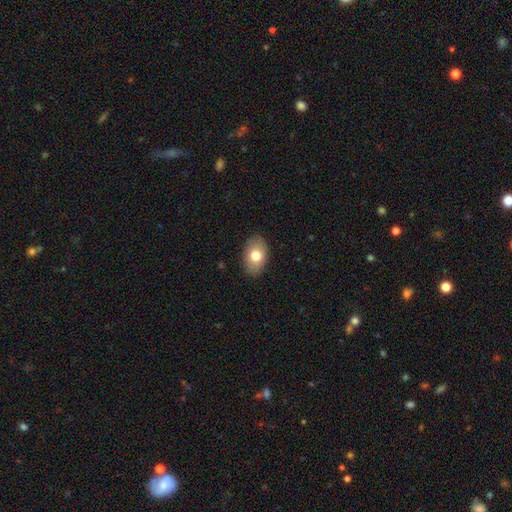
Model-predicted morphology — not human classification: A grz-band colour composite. It shows a smooth galaxy with no disk features (76%) that is in between round and cigar-shaped (87%). Merging: none (88%).